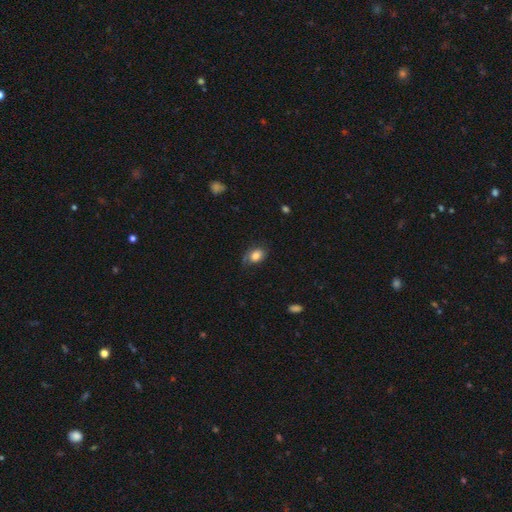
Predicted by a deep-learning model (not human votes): Smooth or featured? smooth (77%)
How rounded? in between (77%)
Merging? none (64%)